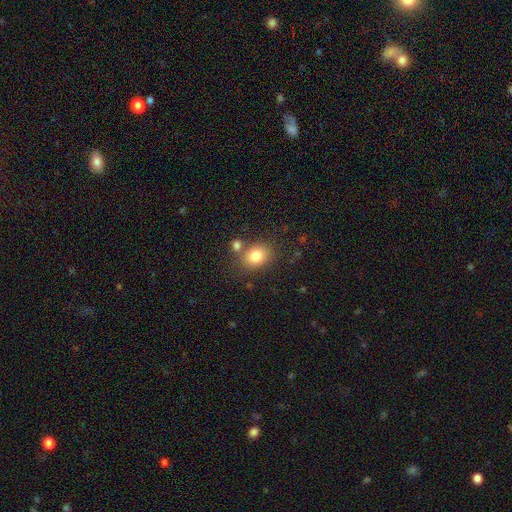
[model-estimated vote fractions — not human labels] Smooth or featured? smooth (80%)
How rounded? in between (51%)
Merging? none (69%)